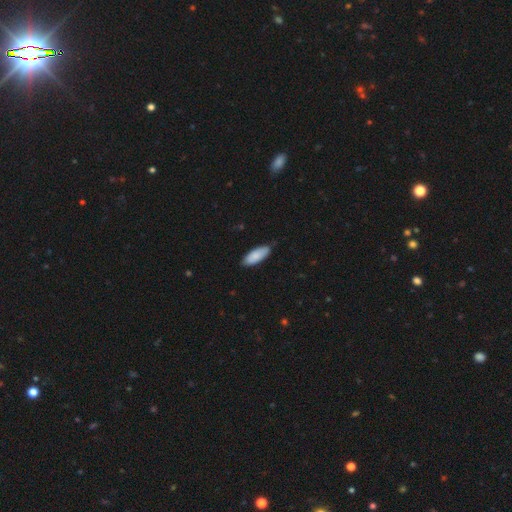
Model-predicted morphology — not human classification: Q: Smooth or featured?
A: smooth (86%); runner-up: featured or disk (9%)
Q: How rounded?
A: in between (77%); runner-up: cigar-shaped (22%)
Q: Merging?
A: none (83%); runner-up: minor disturbance (14%)